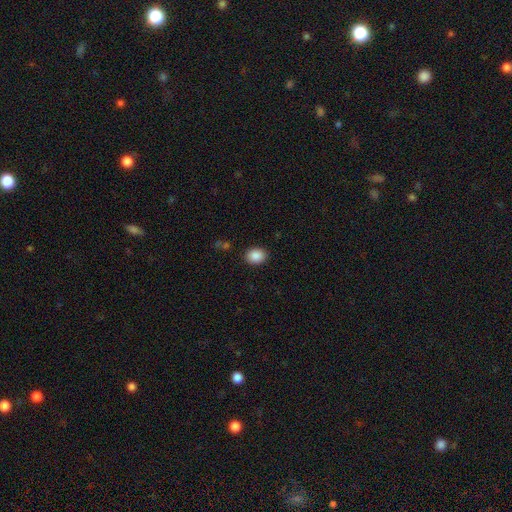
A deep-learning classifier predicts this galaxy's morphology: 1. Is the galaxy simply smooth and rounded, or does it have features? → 88% smooth, 8% star or artifact, 3% featured or disk.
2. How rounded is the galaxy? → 53% in between, 46% round, 1% cigar-shaped.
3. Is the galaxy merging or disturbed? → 89% none, 7% minor disturbance, 2% major disturbance, 1% merger.